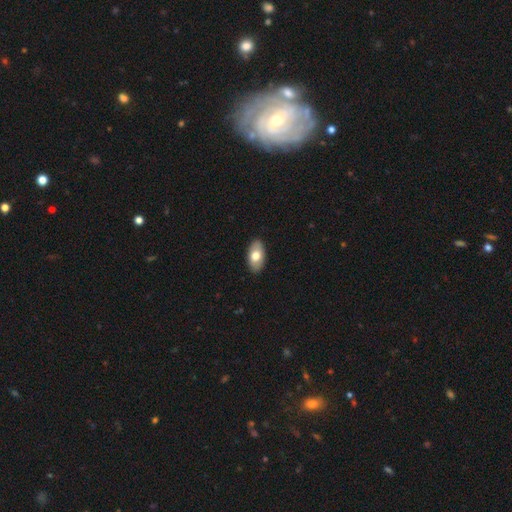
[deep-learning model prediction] Q: Smooth or featured?
A: smooth (72%); runner-up: featured or disk (22%)
Q: How rounded?
A: in between (94%); runner-up: round (4%)
Q: Merging?
A: none (89%); runner-up: minor disturbance (8%)